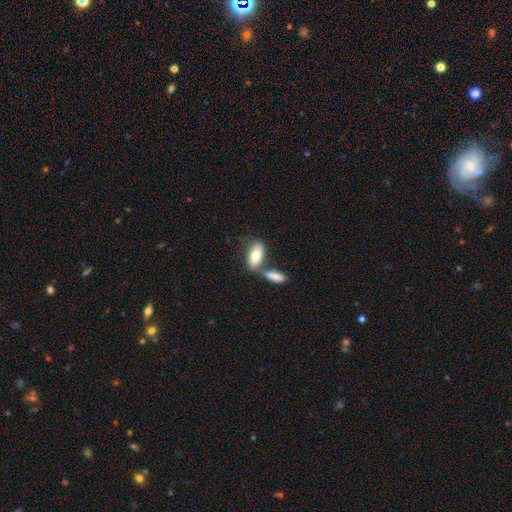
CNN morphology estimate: type=smooth (76%); roundness=in between (87%); merging=none (43%).